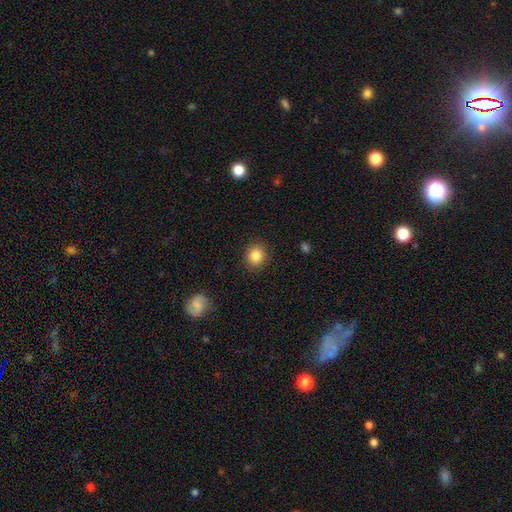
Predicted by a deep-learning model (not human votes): Q: Smooth or featured?
A: smooth (85%); runner-up: star or artifact (10%)
Q: How rounded?
A: round (78%); runner-up: in between (21%)
Q: Merging?
A: none (89%); runner-up: minor disturbance (7%)